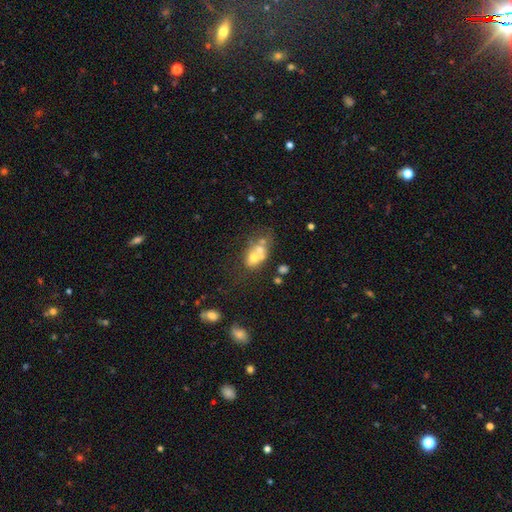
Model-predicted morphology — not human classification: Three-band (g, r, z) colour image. It shows a smooth galaxy with no disk features (45%). Merging: merger (52%).